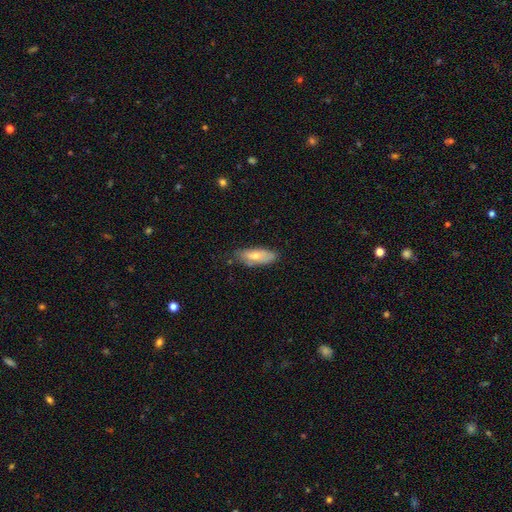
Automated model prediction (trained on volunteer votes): Smooth or featured: smooth — 55% (featured or disk — 38%)
How rounded: in between — 68% (cigar-shaped — 29%)
Merging: none — 72% (minor disturbance — 22%)